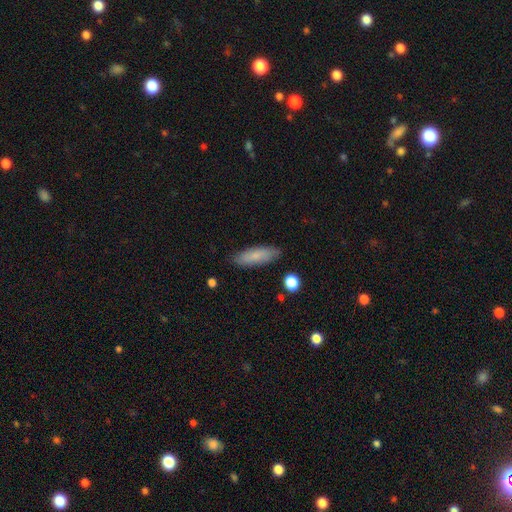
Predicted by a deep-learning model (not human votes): Smooth or featured: smooth — 79% (featured or disk — 14%)
How rounded: cigar-shaped — 51% (in between — 48%)
Merging: none — 85% (minor disturbance — 11%)